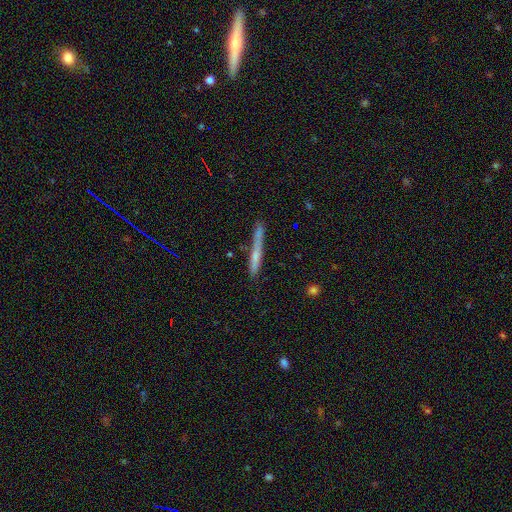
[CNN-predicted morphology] smooth-or-featured: smooth: 59% | featured or disk: 34% | star or artifact: 7%
  how-rounded: cigar-shaped: 95% | in between: 3% | round: 2%
  merging: none: 65% | minor disturbance: 19% | merger: 11% | major disturbance: 6%